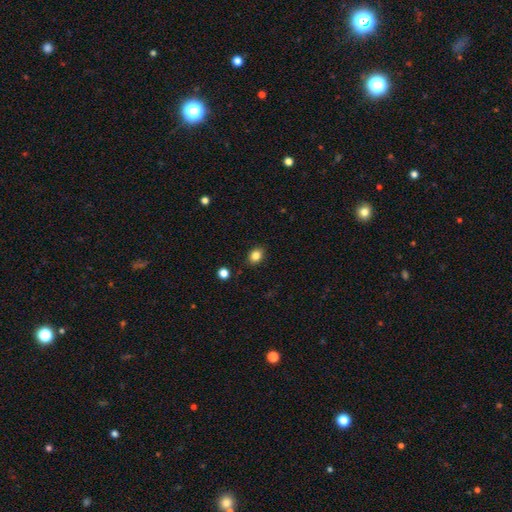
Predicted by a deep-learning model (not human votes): This is clearly a smooth galaxy (84%). How rounded: possibly in between (53%). Merging: clearly none (87%).